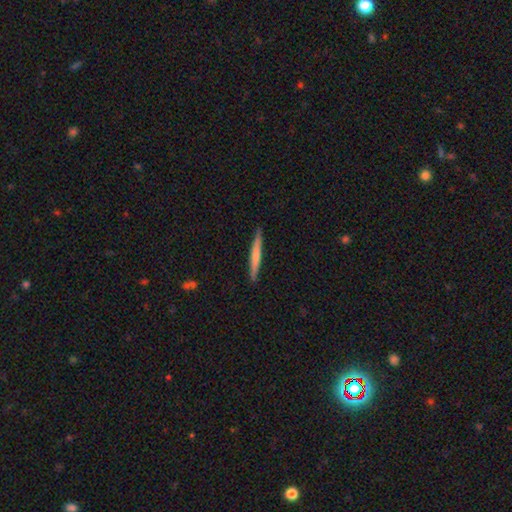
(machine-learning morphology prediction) Smooth or featured? smooth (57%)
How rounded? cigar-shaped (96%)
Merging? none (89%)